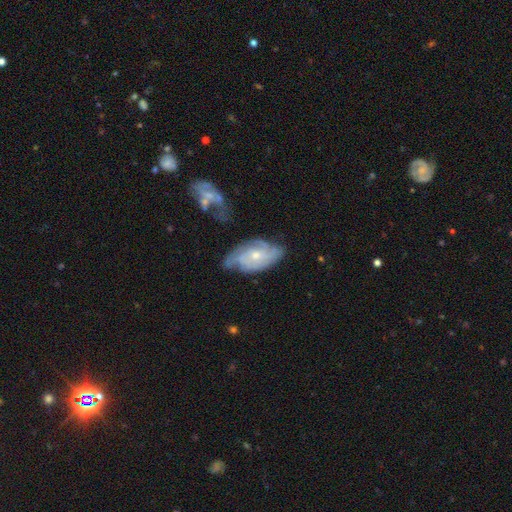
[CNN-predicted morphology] This appears to be a featured or disk galaxy (75%) with no bar (72%), tight (55%) spiral arms (89%) and a small central bulge (53%). Merging: none (56%).